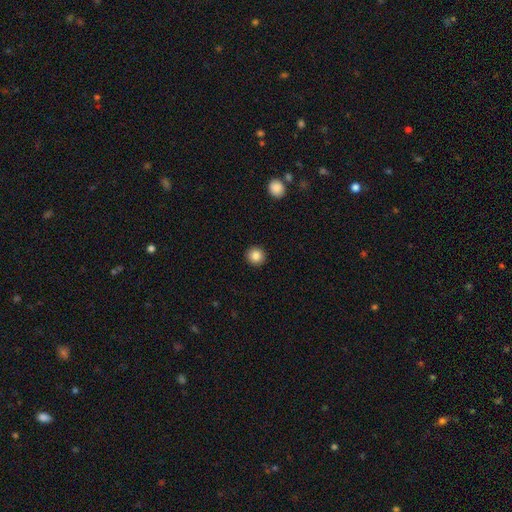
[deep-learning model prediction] smooth-or-featured: smooth: 86% | star or artifact: 10% | featured or disk: 5%
  how-rounded: round: 94% | in between: 5% | cigar-shaped: 1%
  merging: none: 93% | minor disturbance: 5% | major disturbance: 2% | merger: 1%